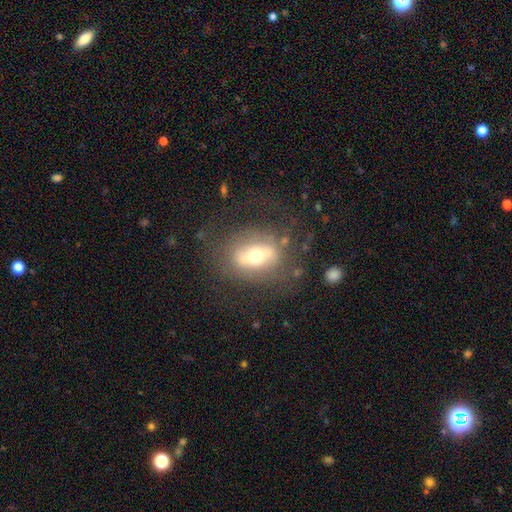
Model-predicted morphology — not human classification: A featured or disk galaxy (50%).

Vote fractions:
- Smooth or featured? featured or disk: 50% / smooth: 40% / star or artifact: 9%
- Edge-on disk? no: 80% / yes: 20%
- Merging? none: 67% / minor disturbance: 16% / major disturbance: 14% / merger: 3%